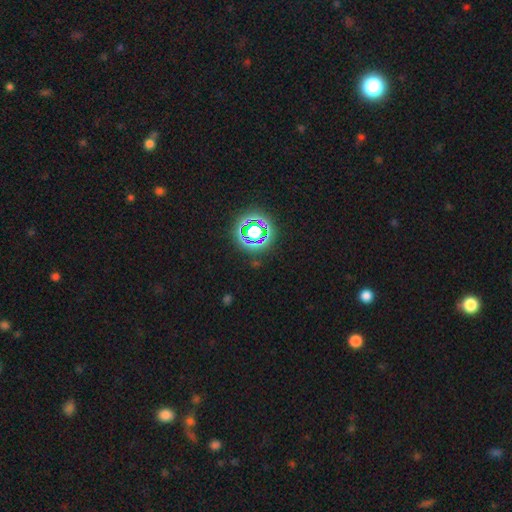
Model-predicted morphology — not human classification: Q: Smooth or featured?
A: star or artifact (79%); runner-up: smooth (14%)